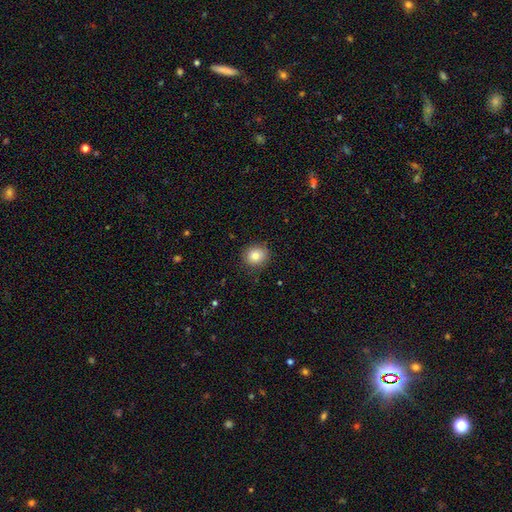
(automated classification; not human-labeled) Q: Smooth or featured?
A: smooth (82%); runner-up: star or artifact (10%)
Q: How rounded?
A: round (79%); runner-up: in between (20%)
Q: Merging?
A: none (86%); runner-up: minor disturbance (10%)